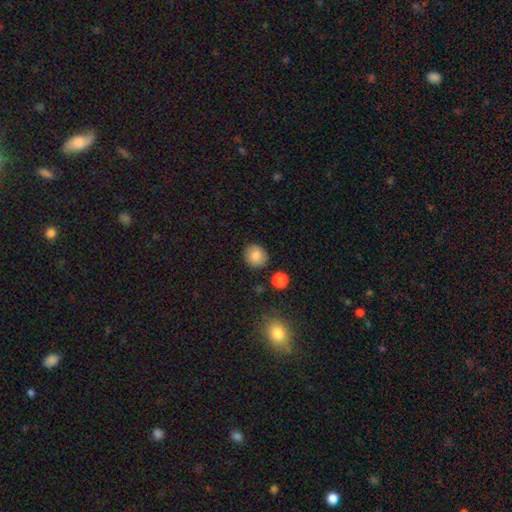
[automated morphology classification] smooth 85%, star or artifact 10%, featured or disk 6%. Down the decision tree: how rounded — round (83%); merging — none (87%).